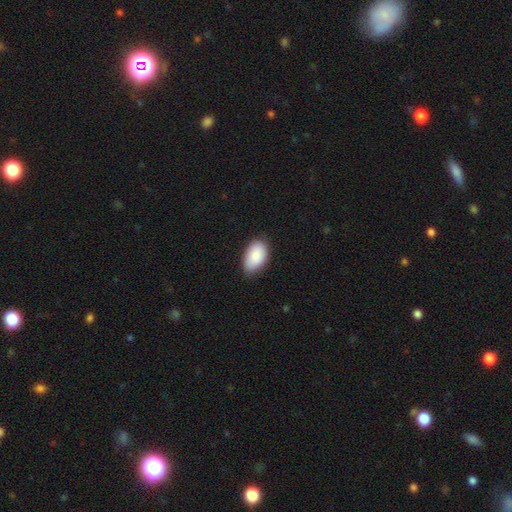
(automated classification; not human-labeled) smooth-or-featured: smooth: 87% | featured or disk: 7% | star or artifact: 6%
  how-rounded: in between: 94% | round: 5% | cigar-shaped: 1%
  merging: none: 78% | minor disturbance: 19% | major disturbance: 2% | merger: 1%